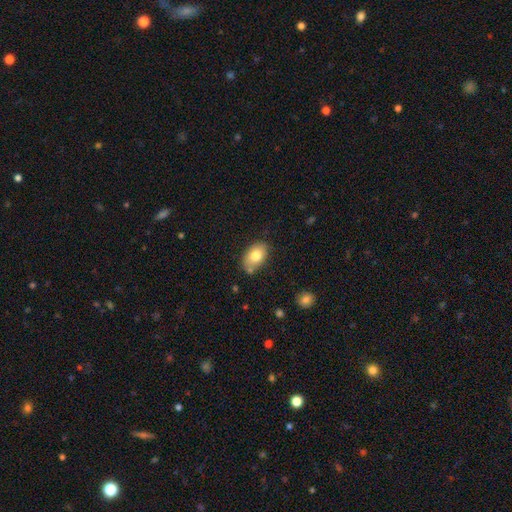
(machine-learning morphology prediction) The model was most divided on "merging": none: 71%, minor disturbance: 19%, merger: 6%, major disturbance: 4%. More confident: how rounded — in between (88%); smooth or featured — smooth (78%).